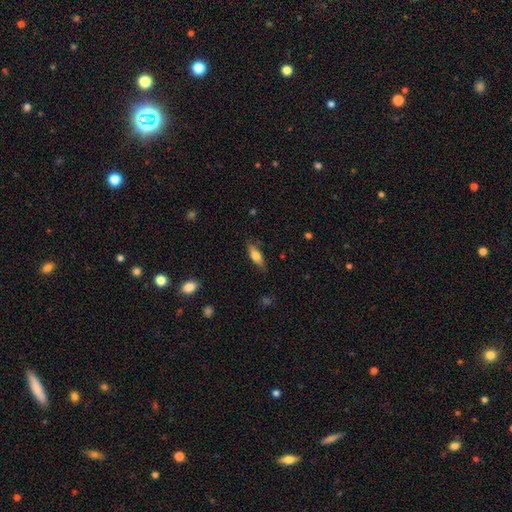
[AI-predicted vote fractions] This appears to be a smooth galaxy with no disk features (67%) that is in between round and cigar-shaped (59%). Merging: none (82%).